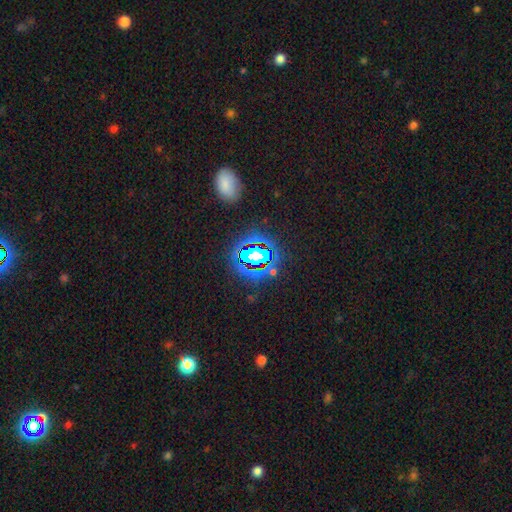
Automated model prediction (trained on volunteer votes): Smooth or featured? Predicted: star or artifact (p=0.66).